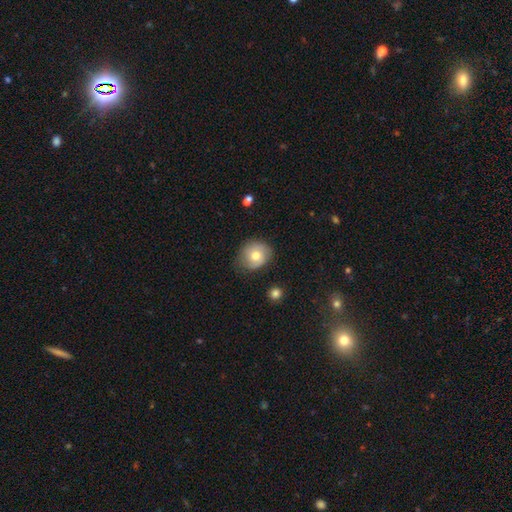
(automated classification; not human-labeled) Smooth or featured?
  - smooth: 66% *
  - featured or disk: 26%
  - star or artifact: 8%
How rounded?
  - round: 73% *
  - in between: 26%
  - cigar-shaped: 1%
Merging?
  - none: 71% *
  - minor disturbance: 23%
  - major disturbance: 5%
  - merger: 1%